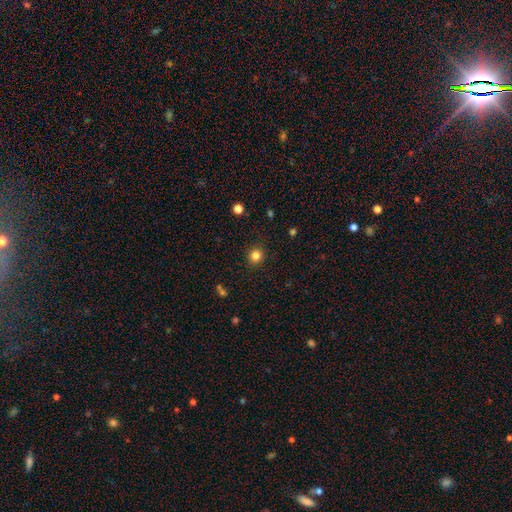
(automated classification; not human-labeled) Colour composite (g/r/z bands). It shows a smooth galaxy with no disk features (83%) that is round (91%). Merging: none (91%).